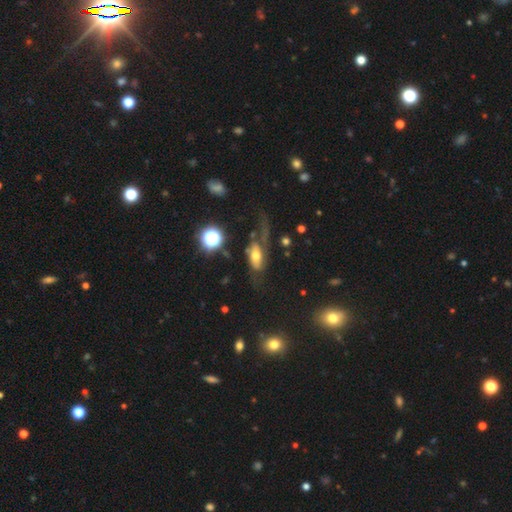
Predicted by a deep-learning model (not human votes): Overall: smooth (44%, tied with featured or disk). Merging: major disturbance (45%; none 29%).